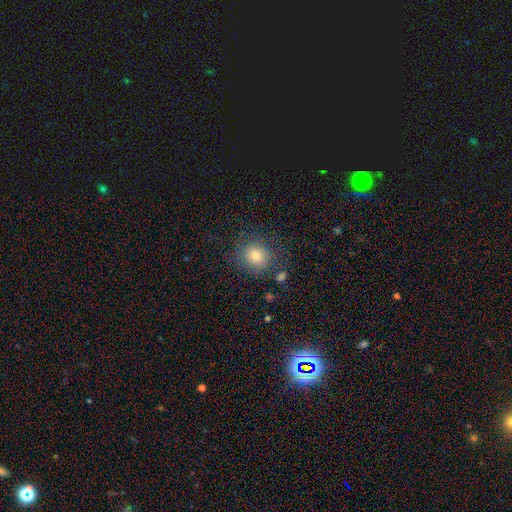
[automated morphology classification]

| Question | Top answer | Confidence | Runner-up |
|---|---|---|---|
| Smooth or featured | smooth | 78% | star or artifact (13%) |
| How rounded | round | 84% | in between (15%) |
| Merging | none | 80% | minor disturbance (12%) |